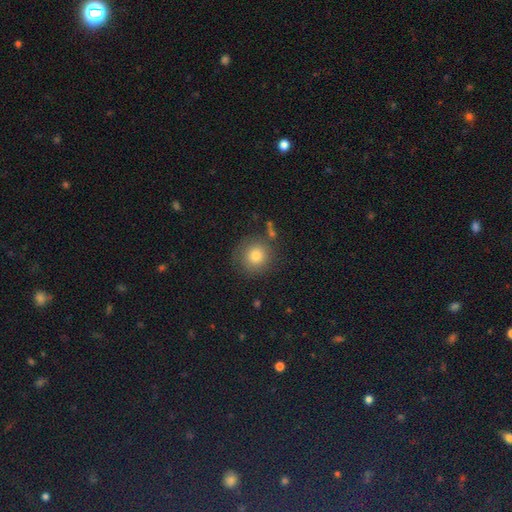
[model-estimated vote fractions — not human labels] A smooth galaxy with no disk features (80%) that is round (92%). Merging: none (79%).